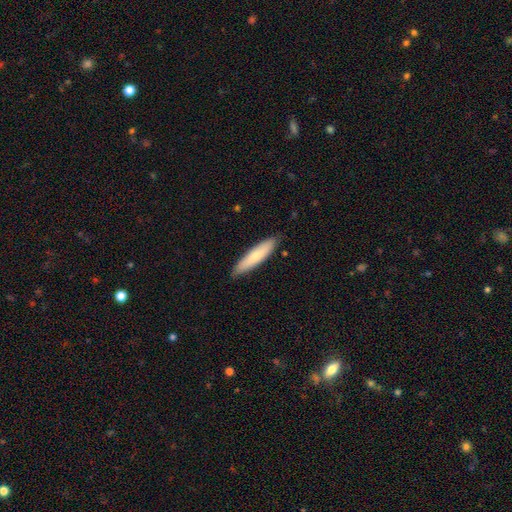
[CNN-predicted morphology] smooth 73%, featured or disk 22%, star or artifact 5%. Down the decision tree: how rounded — cigar-shaped (82%); merging — none (87%).